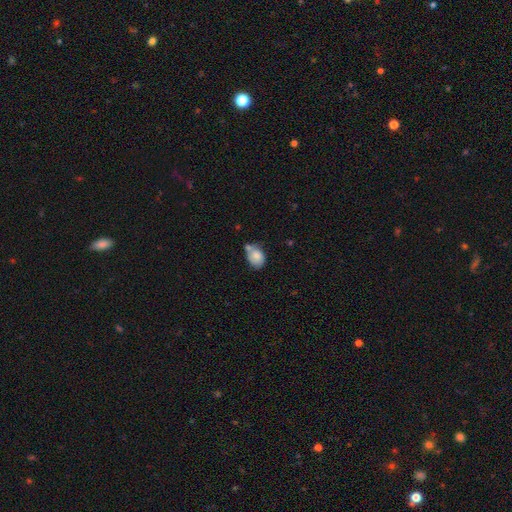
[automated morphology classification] smooth 75%, featured or disk 17%, star or artifact 8%. Down the decision tree: how rounded — in between (69%); merging — none (37%).